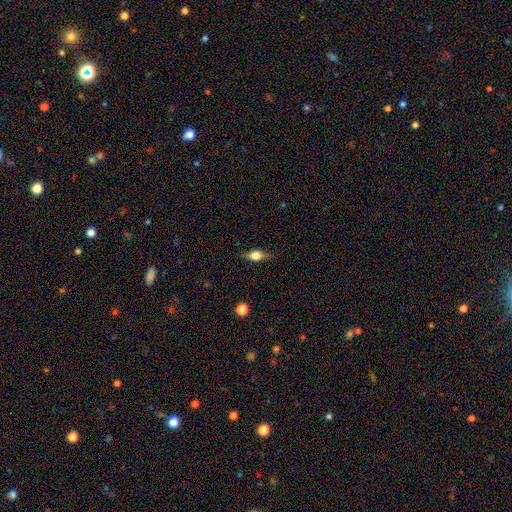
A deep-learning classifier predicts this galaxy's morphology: This is possibly a smooth galaxy (46%). Merging: likely none (79%).